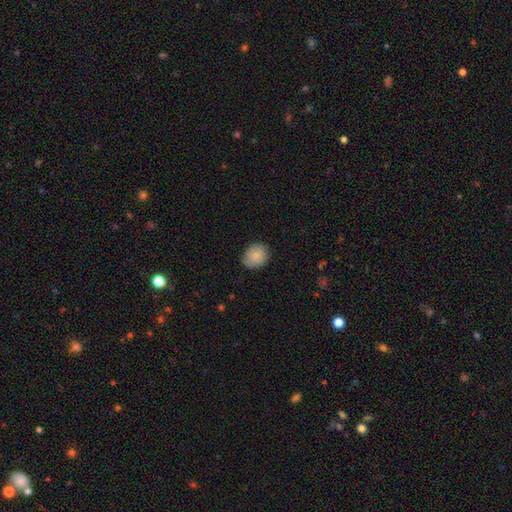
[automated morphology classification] This appears to be a smooth galaxy with no disk features (79%) that is round (67%). Merging: none (78%).